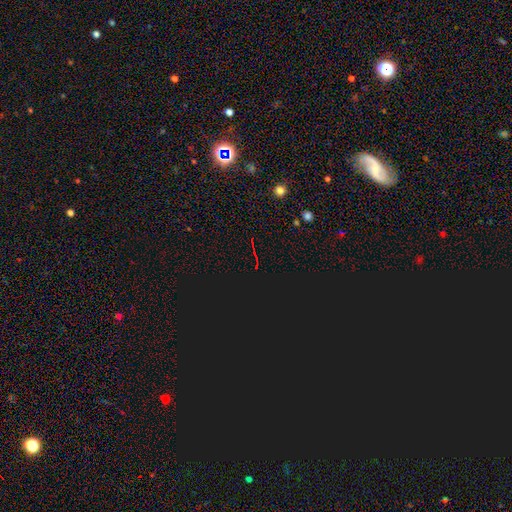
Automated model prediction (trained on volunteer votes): Morphology: type=star or artifact (80%).